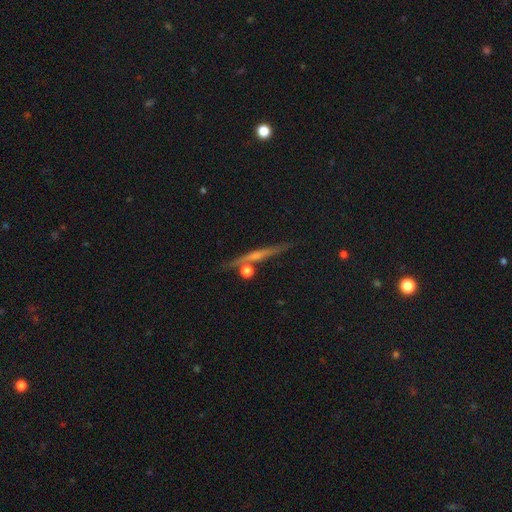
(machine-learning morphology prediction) This appears to be a featured or disk galaxy (65%) viewed edge-on (96%) with a rounded central bulge (51%). Merging: none (81%).